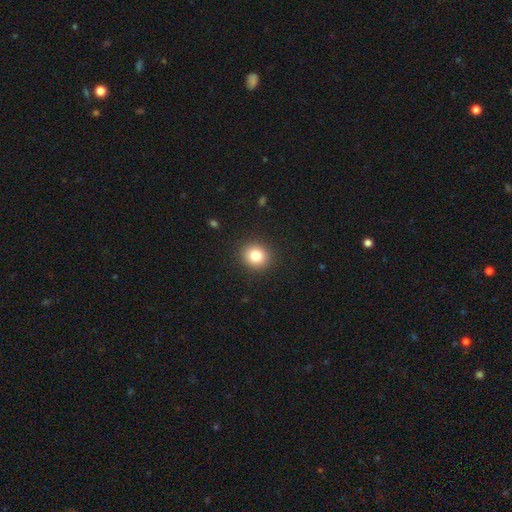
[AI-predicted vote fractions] The model was most divided on "how rounded": round: 83%, in between: 16%, cigar-shaped: 1%. More confident: merging — none (91%); smooth or featured — smooth (82%).